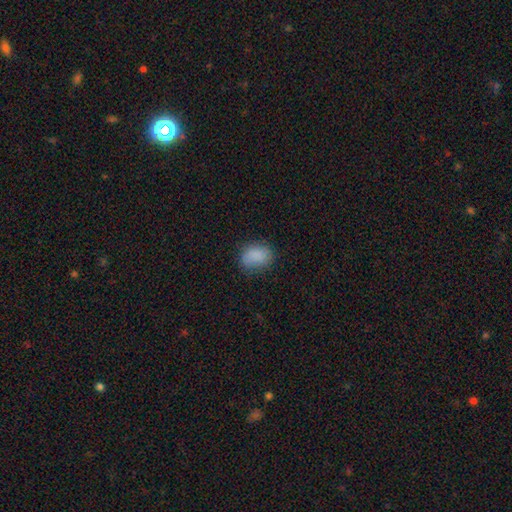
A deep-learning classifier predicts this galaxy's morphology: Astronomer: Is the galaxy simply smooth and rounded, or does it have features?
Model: smooth — 85%.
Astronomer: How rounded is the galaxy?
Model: in between — 62%.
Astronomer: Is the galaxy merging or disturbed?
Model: none — 72%.